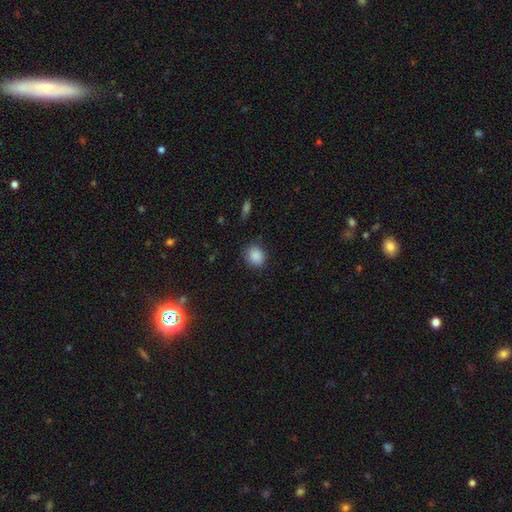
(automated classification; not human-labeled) smooth_or_featured: smooth (p=0.88) [alt: star or artifact p=0.09]
how_rounded: round (p=0.67) [alt: in between p=0.32]
merging: none (p=0.83) [alt: minor disturbance p=0.12]